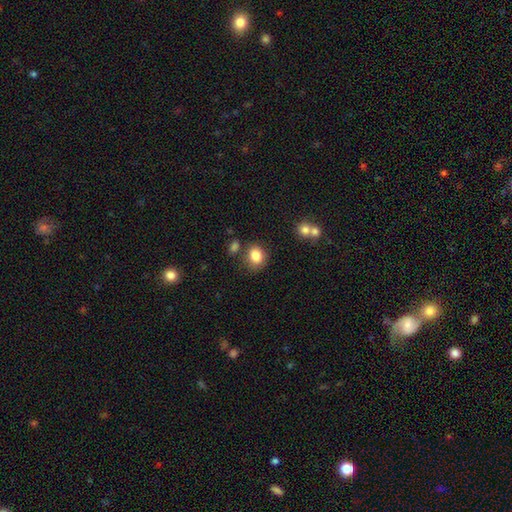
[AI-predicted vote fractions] Morphology: type=smooth (84%); roundness=in between (50%); merging=none (69%).